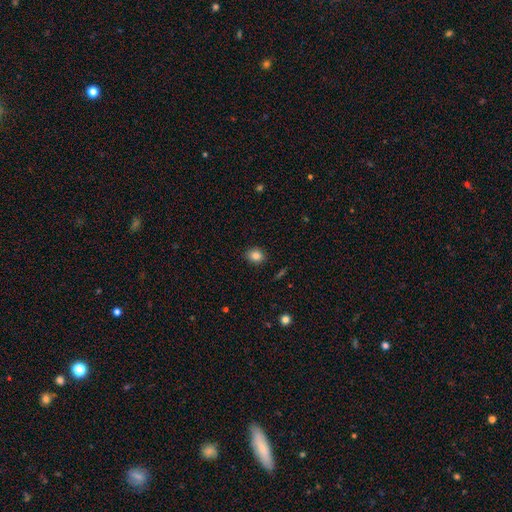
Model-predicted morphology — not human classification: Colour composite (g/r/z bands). It shows a smooth galaxy with no disk features (84%) that is round (65%). Merging: none (89%).